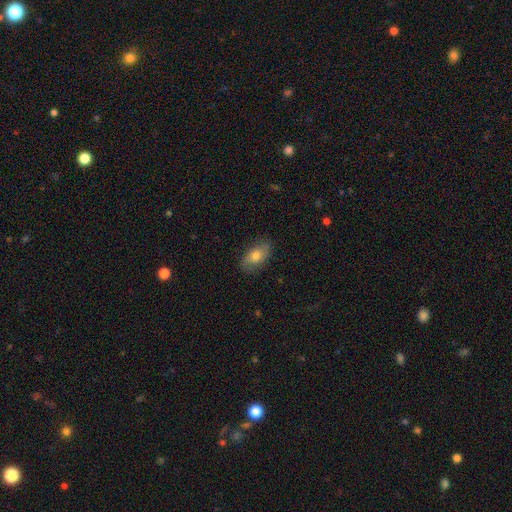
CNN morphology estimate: A smooth galaxy with no disk features (66%) that is in between round and cigar-shaped (89%).

Vote fractions:
- Smooth or featured? smooth: 66% / featured or disk: 27% / star or artifact: 8%
- How rounded? in between: 89% / round: 7% / cigar-shaped: 3%
- Merging? none: 80% / minor disturbance: 16% / major disturbance: 4% / merger: 1%